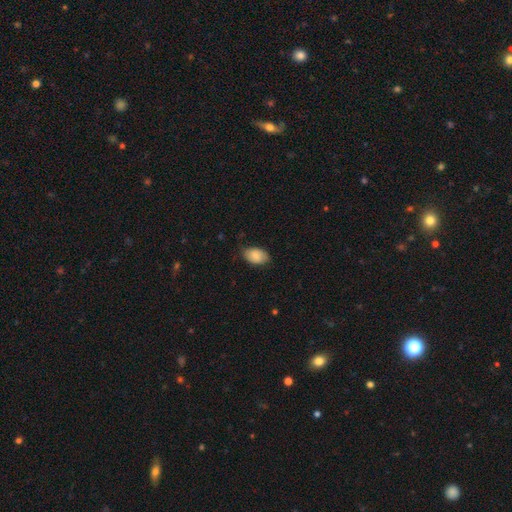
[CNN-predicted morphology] smooth-or-featured: smooth: 83% | featured or disk: 10% | star or artifact: 7%
  how-rounded: in between: 90% | round: 8% | cigar-shaped: 1%
  merging: none: 73% | minor disturbance: 22% | major disturbance: 4% | merger: 1%